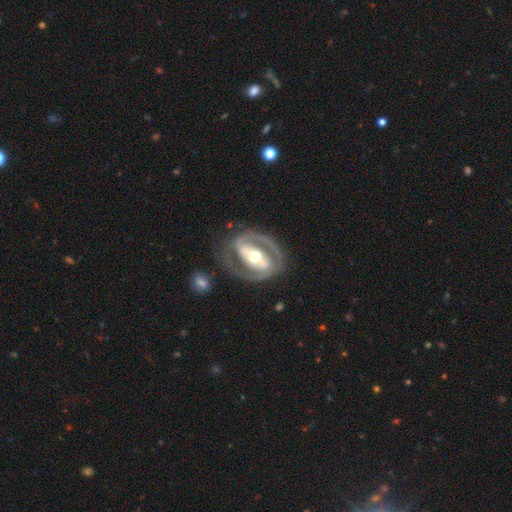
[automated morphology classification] A featured or disk galaxy (88%) with a strong bar (56%), 2 (87%) medium (45%) spiral arms (89%) and a moderate central bulge (70%).

Vote fractions:
- Smooth or featured? featured or disk: 88% / smooth: 8% / star or artifact: 4%
- Edge-on disk? no: 96% / yes: 4%
- Bar? strong: 56% / weak: 25% / no: 19%
- Spiral arms? yes: 89% / no: 11%
- Spiral winding? medium: 45% / tight: 44% / loose: 11%
- Spiral arm count? 2: 87% / 1: 6% / can't tell: 4% / 3: 1% / 4: 1% / more than 4: 1%
- Bulge size? moderate: 70% / large: 15% / small: 12% / dominant: 1% / none: 1%
- Merging? none: 74% / minor disturbance: 15% / major disturbance: 9% / merger: 2%